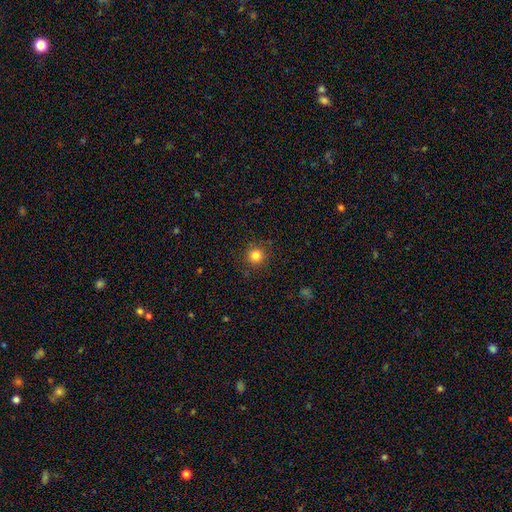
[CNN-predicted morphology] Smooth or featured: smooth — 83% (star or artifact — 13%)
How rounded: round — 95% (in between — 4%)
Merging: none — 90% (minor disturbance — 7%)